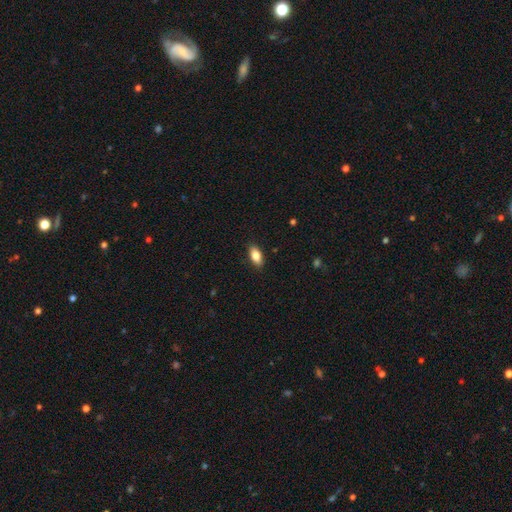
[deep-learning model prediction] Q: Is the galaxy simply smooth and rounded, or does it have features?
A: smooth — 83%.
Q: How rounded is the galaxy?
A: in between — 89%.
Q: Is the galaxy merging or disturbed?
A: none — 88%.